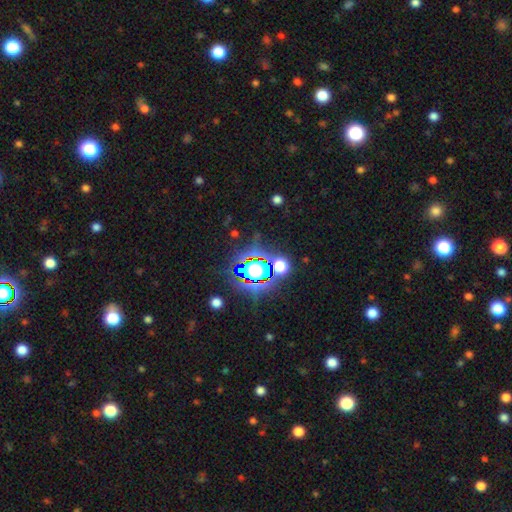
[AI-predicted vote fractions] A star or artifact, not a galaxy (80%).